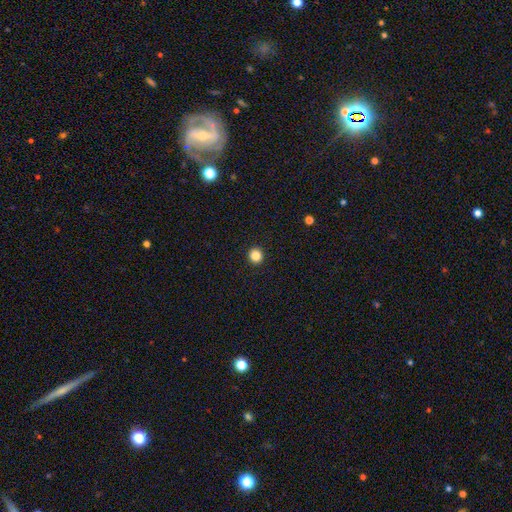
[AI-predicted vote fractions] A smooth galaxy with no disk features (84%) that is round (93%). Merging: none (94%).